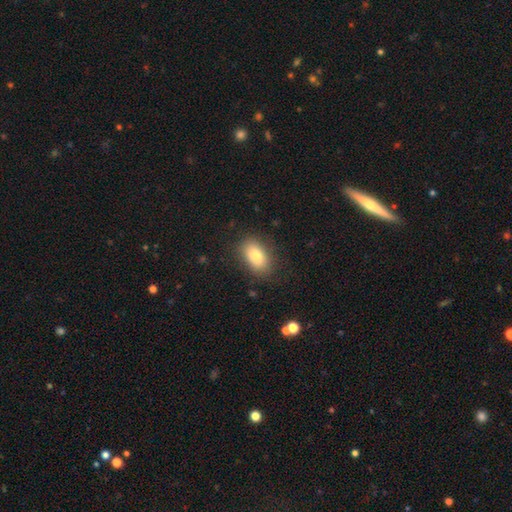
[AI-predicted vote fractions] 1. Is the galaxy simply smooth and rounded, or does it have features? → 80% smooth, 11% featured or disk, 8% star or artifact.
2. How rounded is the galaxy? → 88% in between, 10% round, 2% cigar-shaped.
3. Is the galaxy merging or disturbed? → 83% none, 12% minor disturbance, 4% major disturbance, 1% merger.